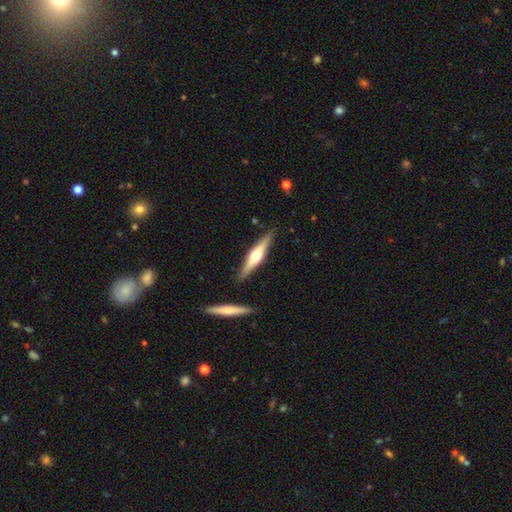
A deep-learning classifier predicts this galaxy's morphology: A featured or disk galaxy (66%) viewed edge-on (97%) with a rounded central bulge (93%). Merging: none (87%).